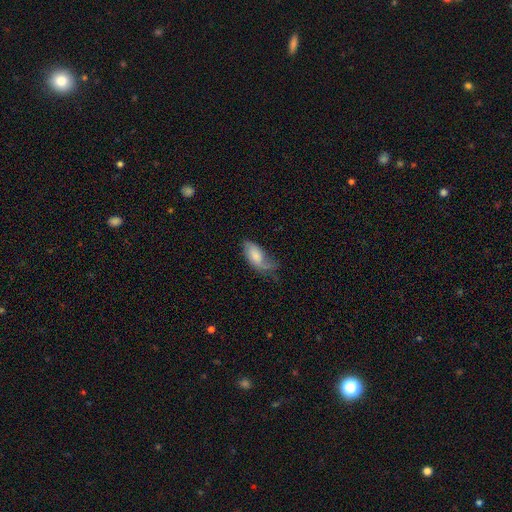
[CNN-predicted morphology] smooth 64%, featured or disk 29%, star or artifact 7%. Down the decision tree: how rounded — in between (90%); merging — minor disturbance (37%).